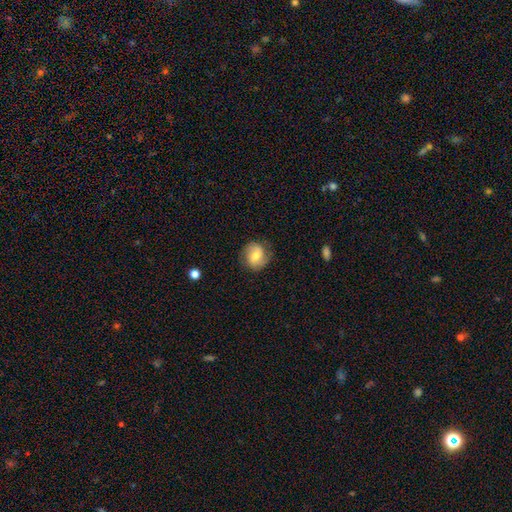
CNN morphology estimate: The model was most divided on "smooth or featured": featured or disk: 48%, smooth: 45%, star or artifact: 8%. More confident: merging — none (78%).